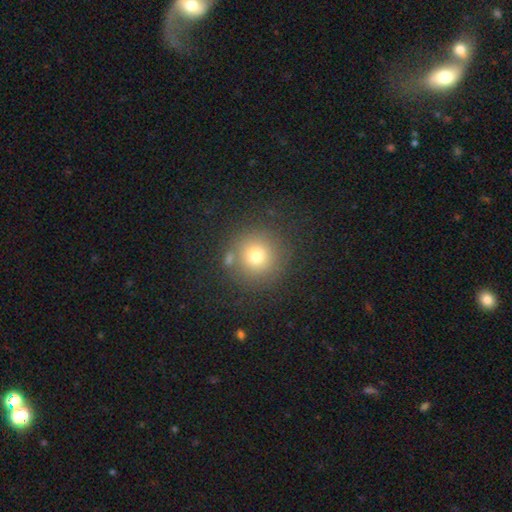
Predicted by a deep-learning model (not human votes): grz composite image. It shows a smooth galaxy with no disk features (73%) that is round (95%). Merging: none (81%).